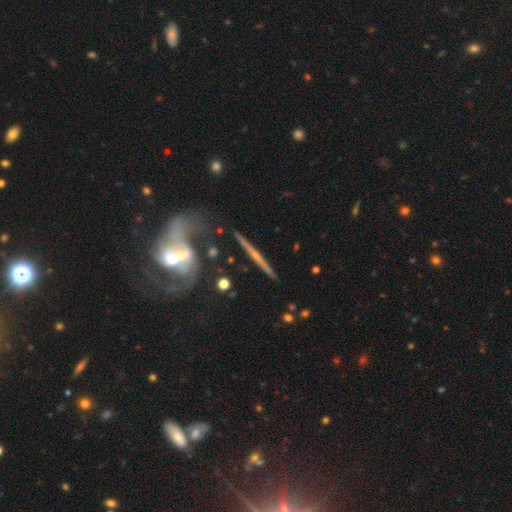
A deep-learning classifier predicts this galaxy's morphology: featured or disk 80%, smooth 14%, star or artifact 6%. Down the decision tree: edge-on disk — yes (92%); edge-on bulge — rounded (55%); merging — none (72%).